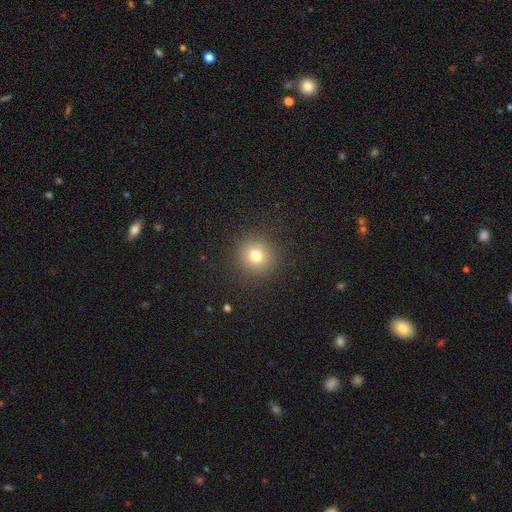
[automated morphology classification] A smooth galaxy with no disk features (77%) that is round (94%). Merging: none (91%).